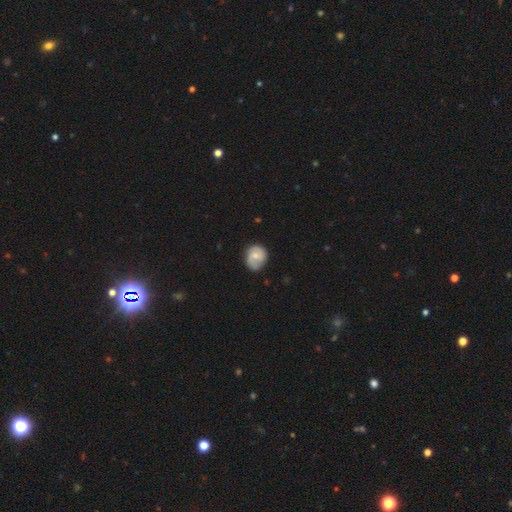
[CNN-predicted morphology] Smooth or featured? Predicted: featured or disk (p=0.47). Merging? Predicted: none (p=0.66).